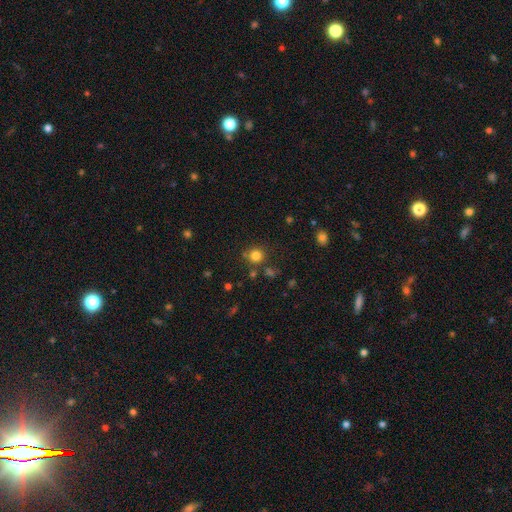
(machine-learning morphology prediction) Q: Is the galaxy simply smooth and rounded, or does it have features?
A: smooth — 80%.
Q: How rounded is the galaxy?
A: round — 89%.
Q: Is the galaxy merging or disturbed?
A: none — 78%.